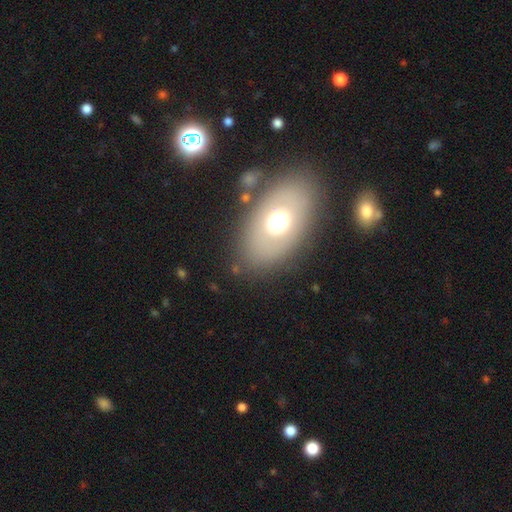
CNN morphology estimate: The model was most divided on "smooth or featured": smooth: 54%, featured or disk: 35%, star or artifact: 10%. More confident: how rounded — in between (82%); merging — none (81%).